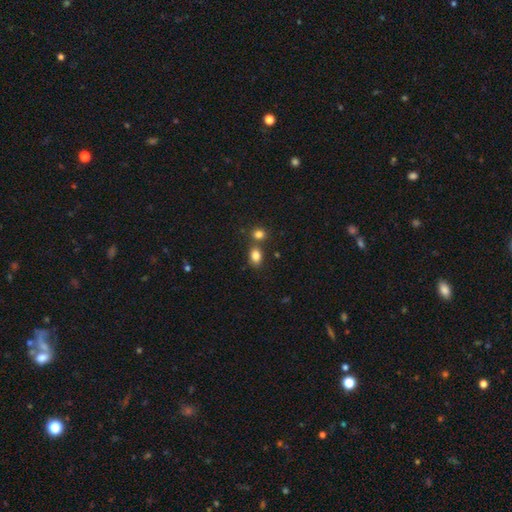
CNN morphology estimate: A smooth galaxy with no disk features (83%) that is in between round and cigar-shaped (73%).

Vote fractions:
- Smooth or featured? smooth: 83% / star or artifact: 11% / featured or disk: 6%
- How rounded? in between: 73% / round: 25% / cigar-shaped: 1%
- Merging? none: 62% / merger: 24% / minor disturbance: 11% / major disturbance: 3%